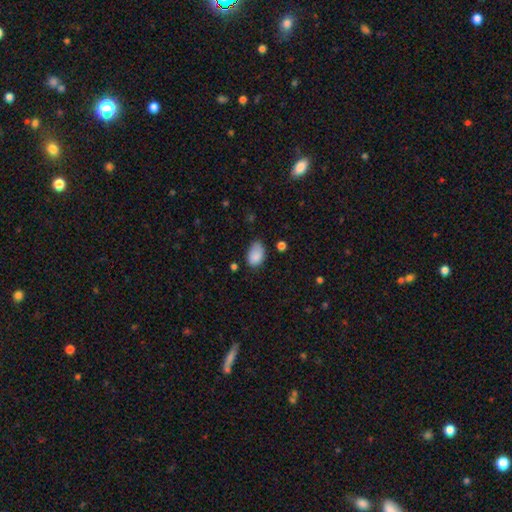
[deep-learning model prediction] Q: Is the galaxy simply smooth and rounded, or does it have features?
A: smooth — 87%.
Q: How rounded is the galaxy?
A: in between — 88%.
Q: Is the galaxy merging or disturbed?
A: none — 57%.